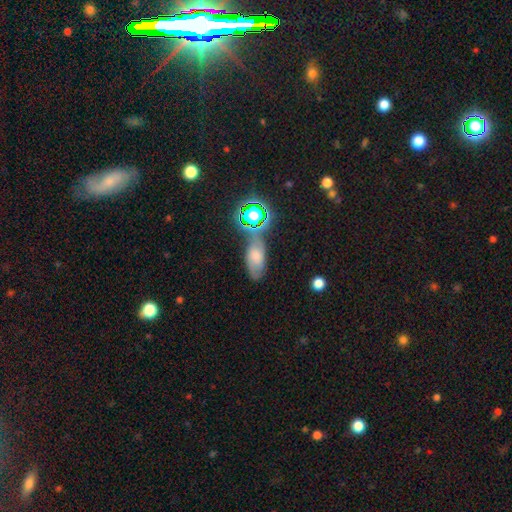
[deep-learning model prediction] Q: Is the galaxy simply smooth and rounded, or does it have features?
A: smooth — 40%.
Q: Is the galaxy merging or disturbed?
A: none — 60%.